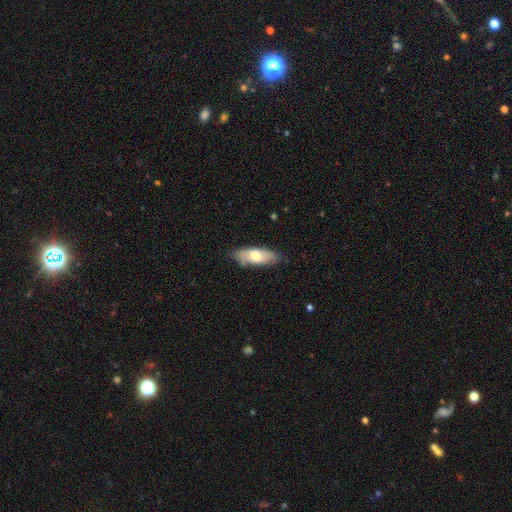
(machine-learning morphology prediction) This appears to be a smooth galaxy with no disk features (65%) that is in between round and cigar-shaped (73%). Merging: none (73%).